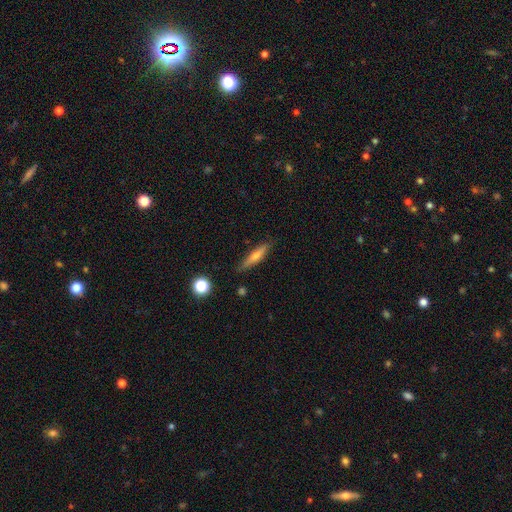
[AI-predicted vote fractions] This appears to be a smooth galaxy with no disk features (52%) that is cigar-shaped (86%). Merging: none (85%).